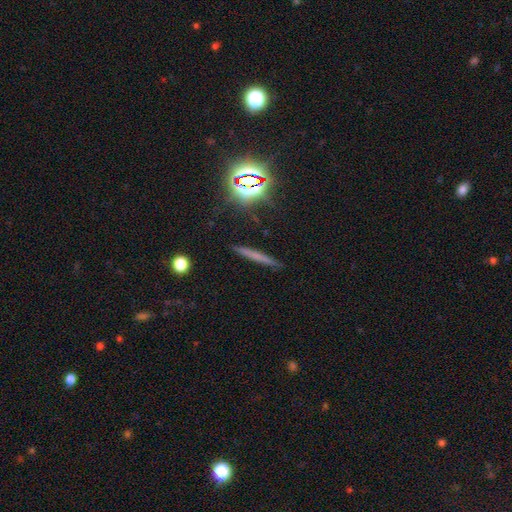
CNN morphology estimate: The model was most divided on "smooth or featured": smooth: 50%, featured or disk: 30%, star or artifact: 20%. More confident: merging — none (88%).